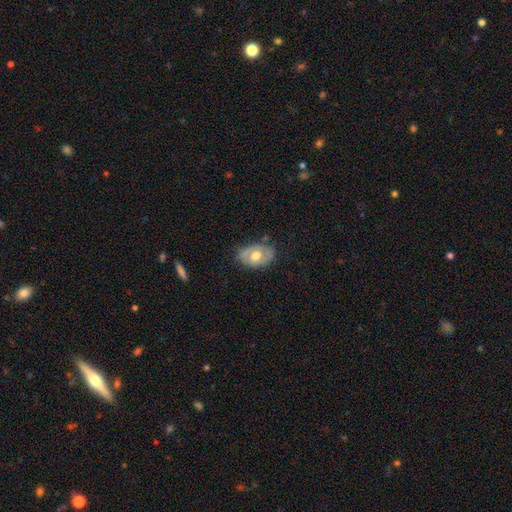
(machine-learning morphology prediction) smooth-or-featured: featured or disk: 50% | smooth: 44% | star or artifact: 6%
  merging: none: 73% | minor disturbance: 21% | major disturbance: 5% | merger: 2%